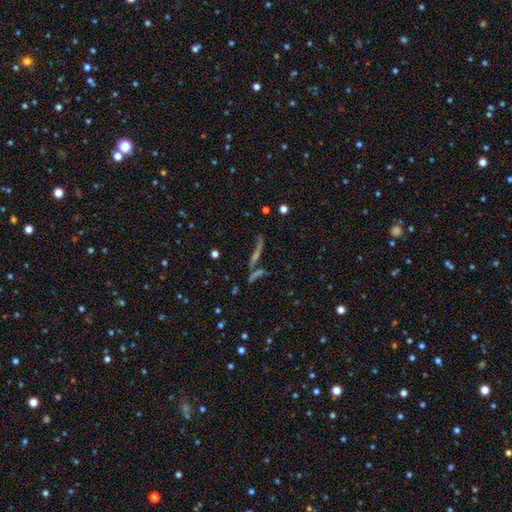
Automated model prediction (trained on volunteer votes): This is possibly a featured or disk galaxy (51%). It is likely viewed edge-on (76%). Merging: likely none (60%).